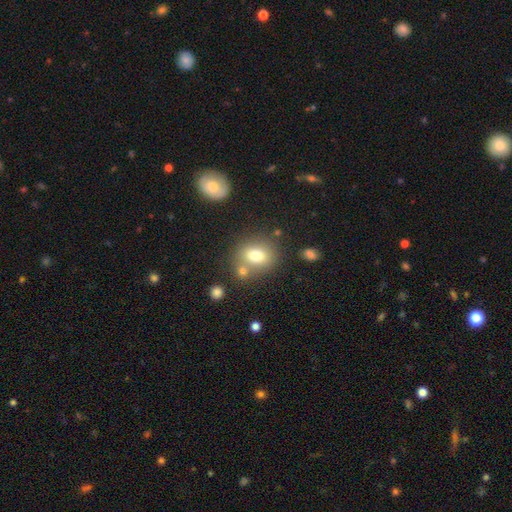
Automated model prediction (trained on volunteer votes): A smooth galaxy with no disk features (74%) that is round (52%).

Vote fractions:
- Smooth or featured? smooth: 74% / featured or disk: 15% / star or artifact: 11%
- How rounded? round: 52% / in between: 47% / cigar-shaped: 1%
- Merging? none: 62% / merger: 21% / minor disturbance: 13% / major disturbance: 5%